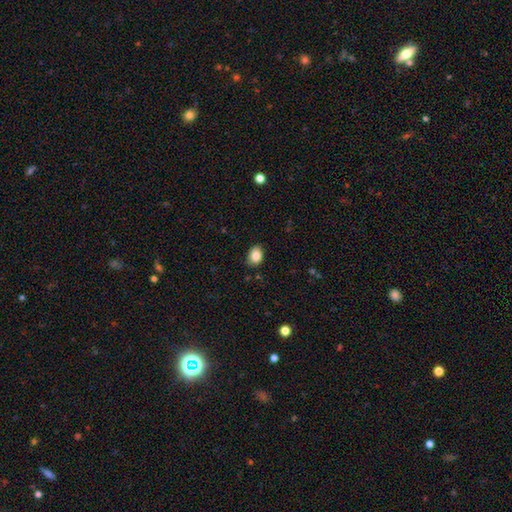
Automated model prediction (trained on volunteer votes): Smooth or featured: smooth — 86% (star or artifact — 8%)
How rounded: in between — 72% (round — 27%)
Merging: none — 83% (minor disturbance — 13%)